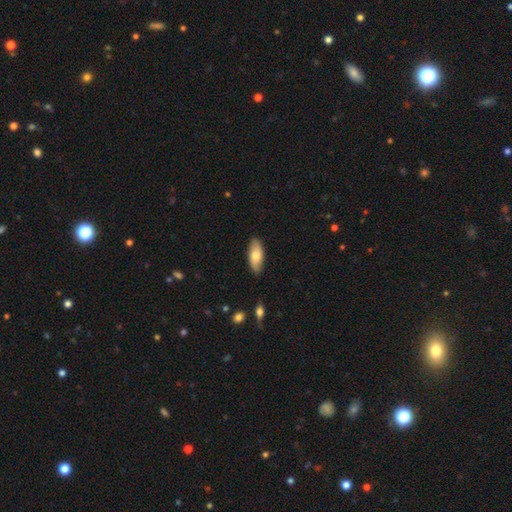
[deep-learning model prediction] A smooth galaxy with no disk features (76%) that is in between round and cigar-shaped (82%). Merging: none (86%).